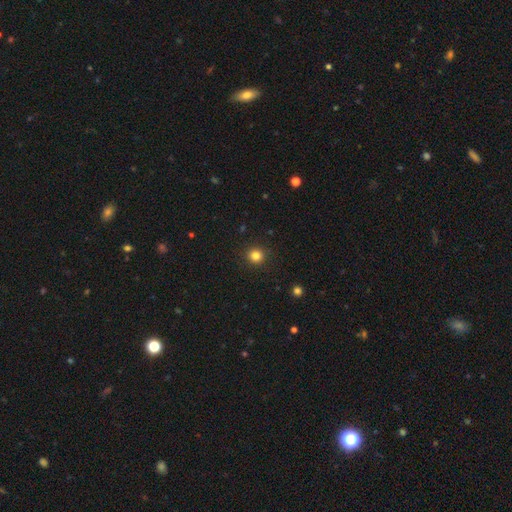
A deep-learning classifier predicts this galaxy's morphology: Smooth or featured?
  - smooth: 83% *
  - star or artifact: 13%
  - featured or disk: 5%
How rounded?
  - round: 92% *
  - in between: 7%
  - cigar-shaped: 1%
Merging?
  - none: 92% *
  - minor disturbance: 5%
  - major disturbance: 2%
  - merger: 1%